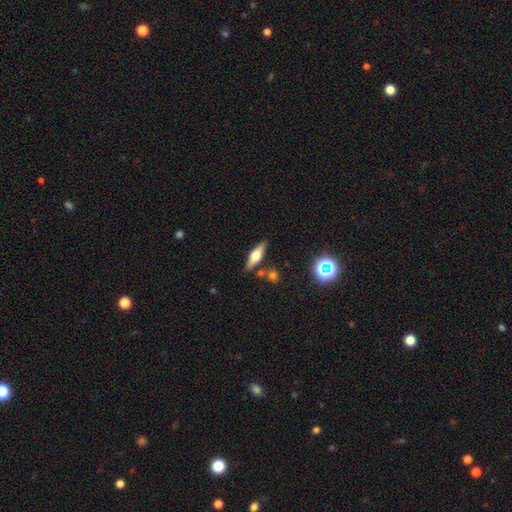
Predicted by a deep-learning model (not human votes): smooth-or-featured: featured or disk: 56% | smooth: 35% | star or artifact: 8%
  disk-edge-on: yes: 93% | no: 7%
    edge-on-bulge: rounded: 93% | boxy: 5% | none: 2%
  merging: none: 81% | minor disturbance: 10% | merger: 5% | major disturbance: 3%